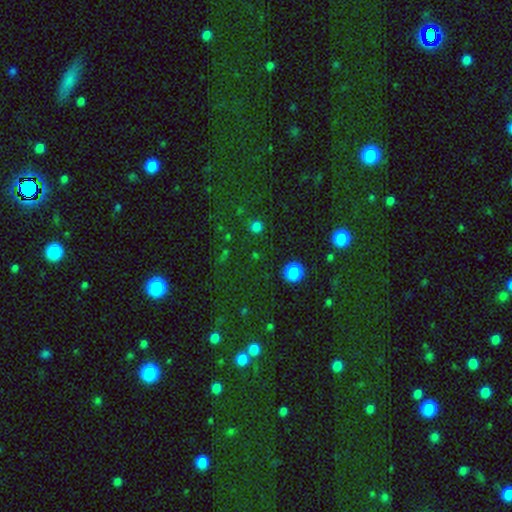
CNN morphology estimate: Overall: smooth (63%; star or artifact 32%). How rounded: round (90%). Merging: none (90%).